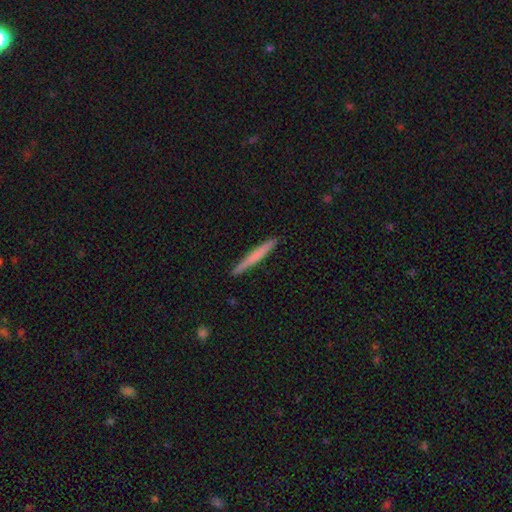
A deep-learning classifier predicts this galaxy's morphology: smooth_or_featured: smooth (p=0.61) [alt: featured or disk p=0.34]
how_rounded: cigar-shaped (p=0.97) [alt: in between p=0.02]
merging: none (p=0.91) [alt: minor disturbance p=0.06]